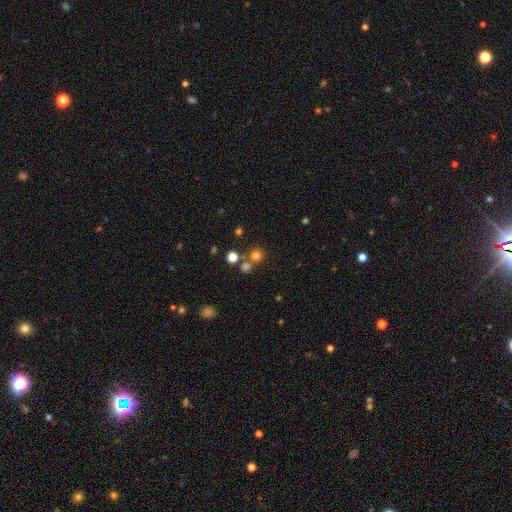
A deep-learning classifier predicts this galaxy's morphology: This appears to be a smooth galaxy with no disk features (73%) that is round (91%). Merging: none (68%).